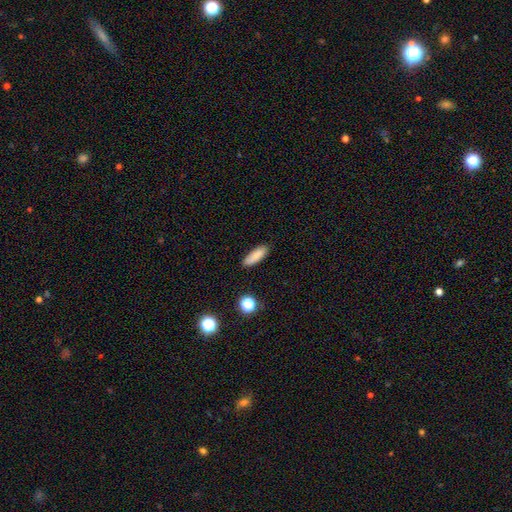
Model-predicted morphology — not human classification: smooth_or_featured: smooth (p=0.85) [alt: star or artifact p=0.08]
how_rounded: in between (p=0.50) [alt: cigar-shaped p=0.48]
merging: none (p=0.86) [alt: minor disturbance p=0.10]